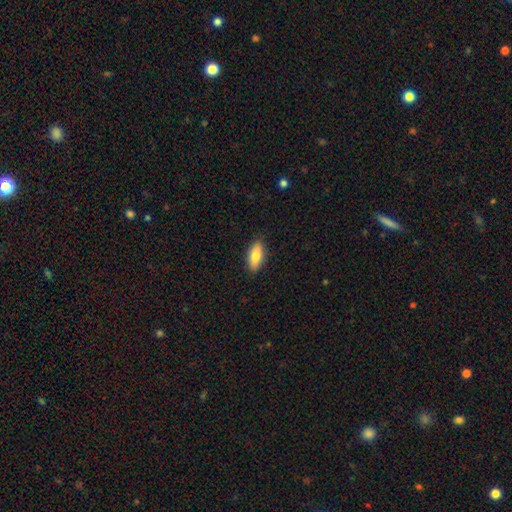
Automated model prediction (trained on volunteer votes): This is likely a smooth galaxy (78%). How rounded: likely in between (79%). Merging: clearly none (89%).